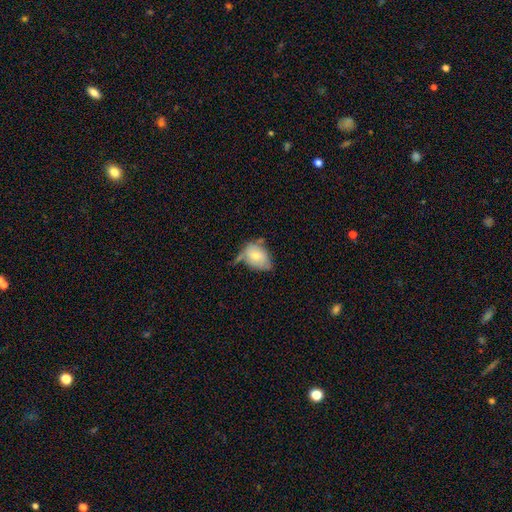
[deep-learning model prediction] This appears to be a smooth galaxy with no disk features (69%) that is in between round and cigar-shaped (75%). Merging: none (36%).